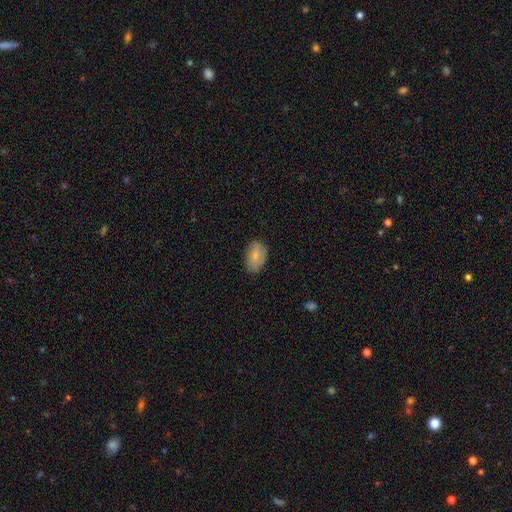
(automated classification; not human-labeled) smooth-or-featured: smooth: 80% | featured or disk: 13% | star or artifact: 7%
  how-rounded: in between: 88% | round: 10% | cigar-shaped: 2%
  merging: none: 81% | minor disturbance: 15% | major disturbance: 3% | merger: 1%